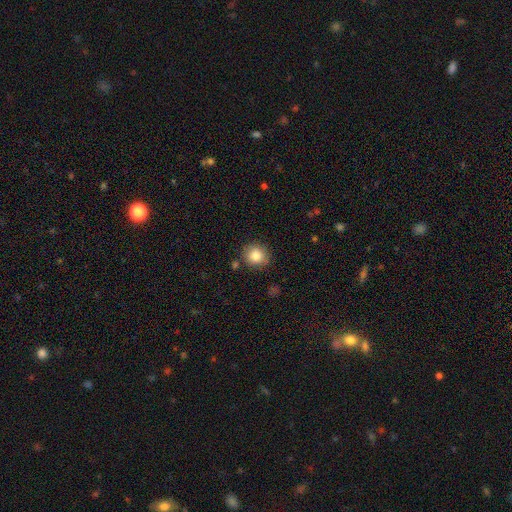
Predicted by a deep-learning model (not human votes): A smooth galaxy with no disk features (83%) that is round (89%). Merging: none (85%).